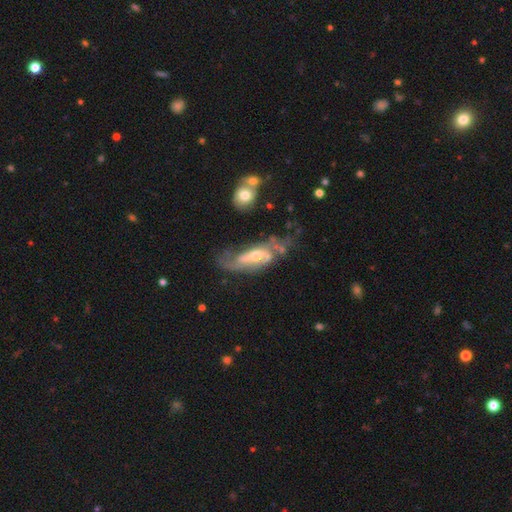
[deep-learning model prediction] Smooth or featured? featured or disk (78%)
Edge-on disk? no (88%)
Bar? no (48%)
Spiral arms? yes (87%)
Spiral winding? medium (41%)
Spiral arm count? 2 (56%)
Bulge size? moderate (57%)
Merging? none (43%)